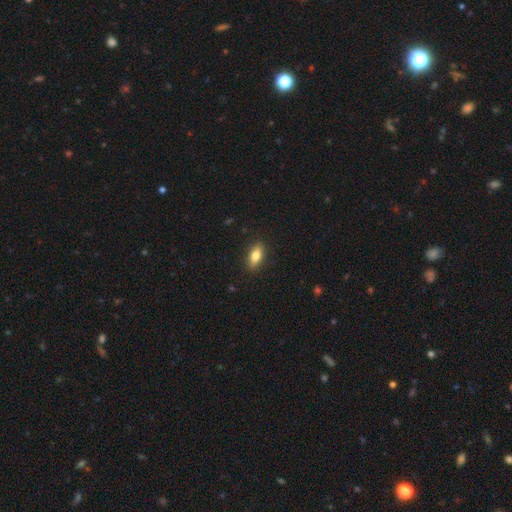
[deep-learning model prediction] Smooth or featured: smooth — 79% (featured or disk — 13%)
How rounded: in between — 82% (cigar-shaped — 14%)
Merging: none — 88% (minor disturbance — 9%)